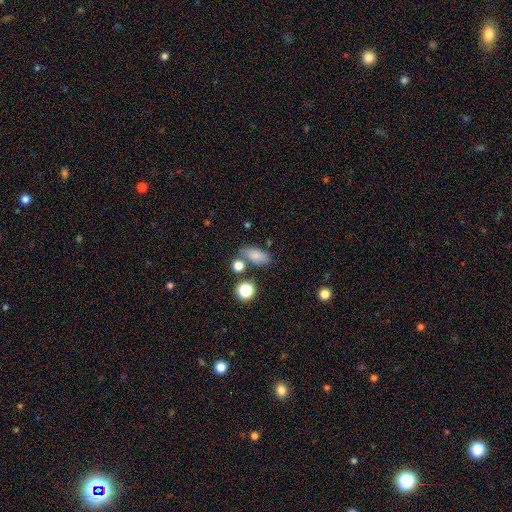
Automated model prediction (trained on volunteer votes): A smooth galaxy with no disk features (79%) that is in between round and cigar-shaped (85%).

Vote fractions:
- Smooth or featured? smooth: 79% / star or artifact: 11% / featured or disk: 9%
- How rounded? in between: 85% / round: 9% / cigar-shaped: 6%
- Merging? none: 65% / minor disturbance: 16% / merger: 13% / major disturbance: 5%